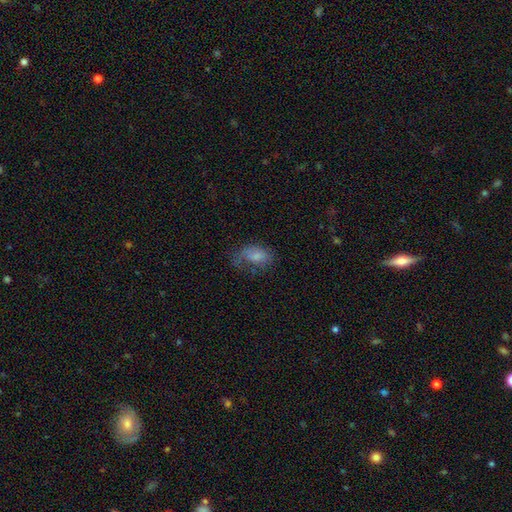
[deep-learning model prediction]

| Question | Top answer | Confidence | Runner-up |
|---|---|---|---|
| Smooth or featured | smooth | 63% | featured or disk (26%) |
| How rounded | in between | 89% | round (9%) |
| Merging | major disturbance | 36% | none (35%) |